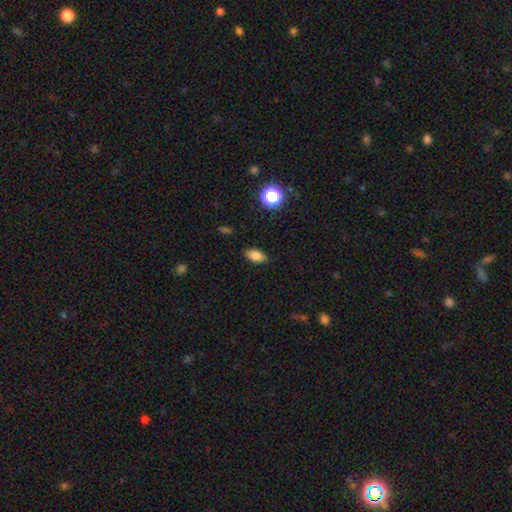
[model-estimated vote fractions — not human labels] Overall: smooth (82%). How rounded: in between (88%). Merging: none (87%).